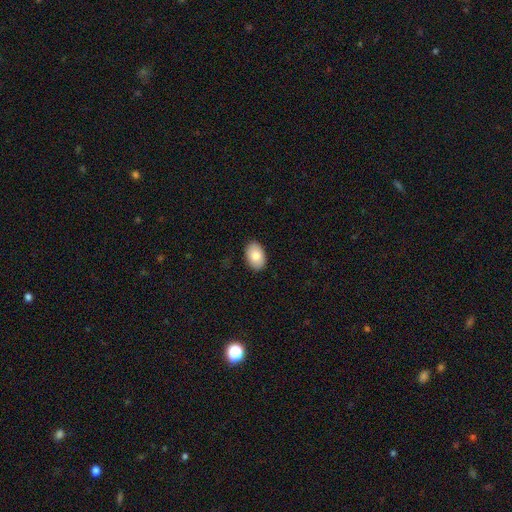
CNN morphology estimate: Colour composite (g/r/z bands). It shows a smooth galaxy with no disk features (83%) that is in between round and cigar-shaped (90%). Merging: none (89%).